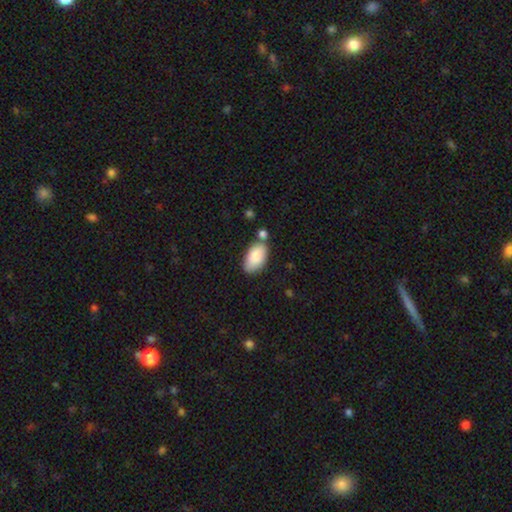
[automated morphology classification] Smooth or featured: smooth — 85% (featured or disk — 9%)
How rounded: in between — 95% (round — 3%)
Merging: none — 68% (minor disturbance — 17%)